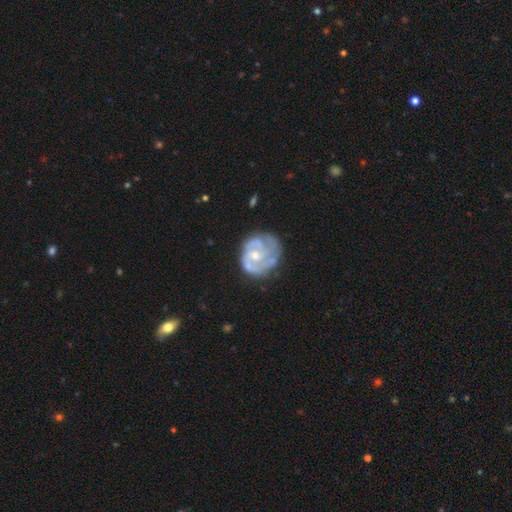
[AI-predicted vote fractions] Smooth or featured: featured or disk — 83% (smooth — 12%)
Edge-on disk: no — 98% (yes — 2%)
Bar: no — 71% (weak — 25%)
Spiral arms: yes — 91% (no — 9%)
Spiral winding: tight — 56% (medium — 34%)
Spiral arm count: 2 — 30% (3 — 28%)
Bulge size: small — 48% (moderate — 47%)
Merging: none — 61% (minor disturbance — 23%)